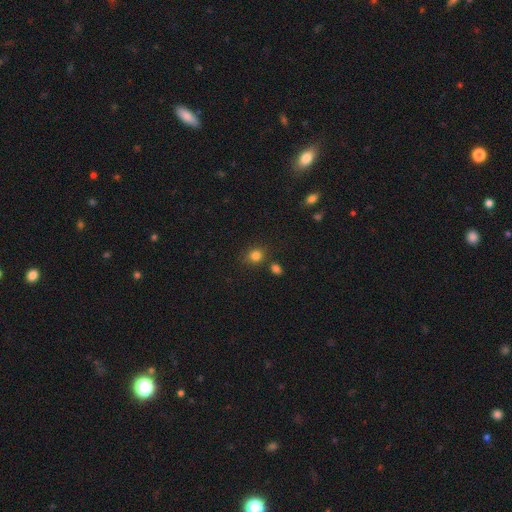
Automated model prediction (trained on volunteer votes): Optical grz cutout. It shows a smooth galaxy with no disk features (82%) that is round (72%). Merging: none (75%).